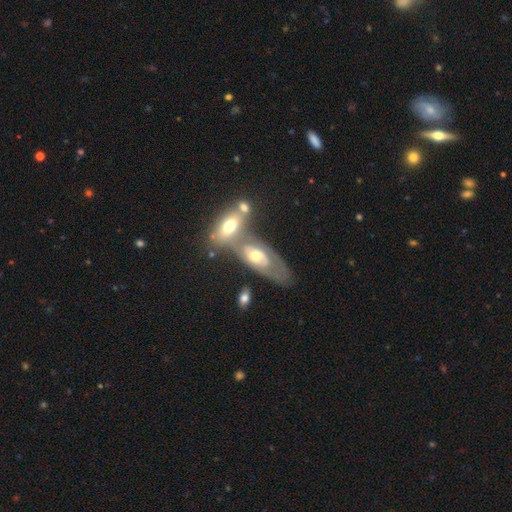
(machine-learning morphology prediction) A featured or disk galaxy (59%) with no bar (82%), no spiral arms (56%) and a moderate central bulge (67%).

Vote fractions:
- Smooth or featured? featured or disk: 59% / smooth: 33% / star or artifact: 8%
- Edge-on disk? no: 85% / yes: 15%
- Bar? no: 82% / weak: 14% / strong: 4%
- Spiral arms? no: 56% / yes: 44%
- Bulge size? moderate: 67% / small: 21% / large: 9% / none: 2% / dominant: 1%
- Merging? merger: 46% / none: 29% / minor disturbance: 15% / major disturbance: 10%